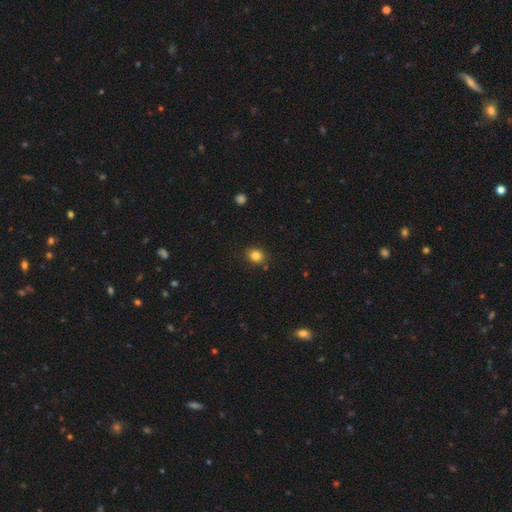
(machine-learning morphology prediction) Smooth or featured: smooth — 83% (star or artifact — 12%)
How rounded: round — 67% (in between — 32%)
Merging: none — 86% (minor disturbance — 9%)